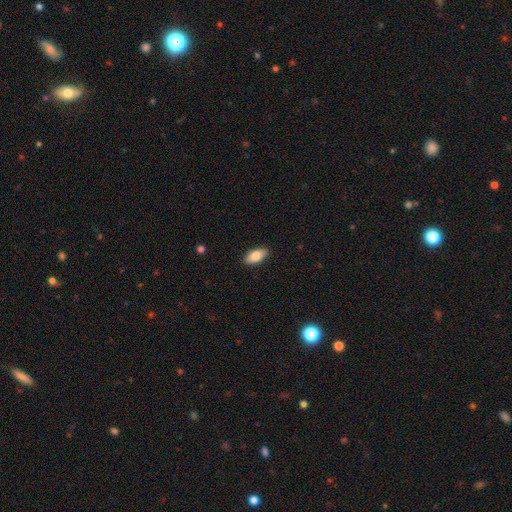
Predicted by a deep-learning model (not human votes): A smooth galaxy with no disk features (80%) that is in between round and cigar-shaped (90%). Merging: none (88%).